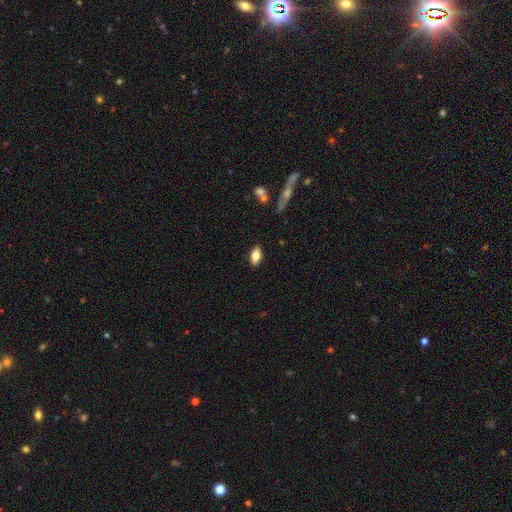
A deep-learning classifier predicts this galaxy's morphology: type=smooth (79%); roundness=in between (90%); merging=none (87%).